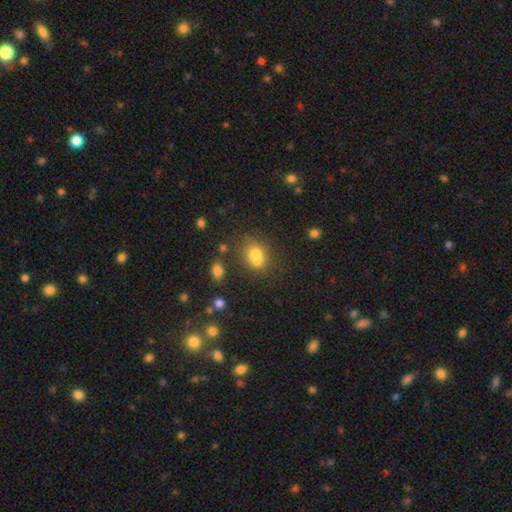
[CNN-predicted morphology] Q: Smooth or featured?
A: smooth (70%); runner-up: star or artifact (15%)
Q: How rounded?
A: round (53%); runner-up: in between (46%)
Q: Merging?
A: none (43%); runner-up: merger (37%)